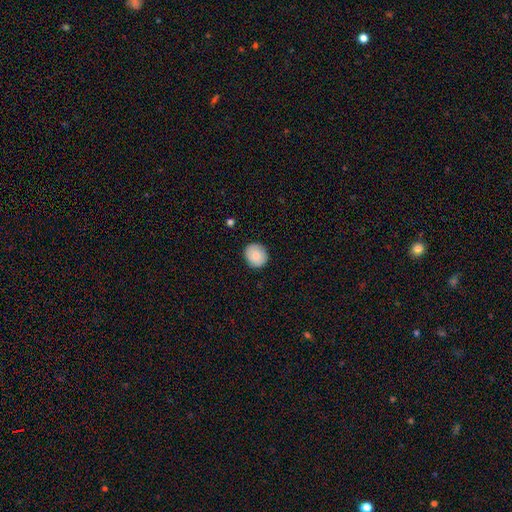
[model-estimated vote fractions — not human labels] smooth 84%, featured or disk 9%, star or artifact 7%. Down the decision tree: how rounded — round (85%); merging — none (89%).